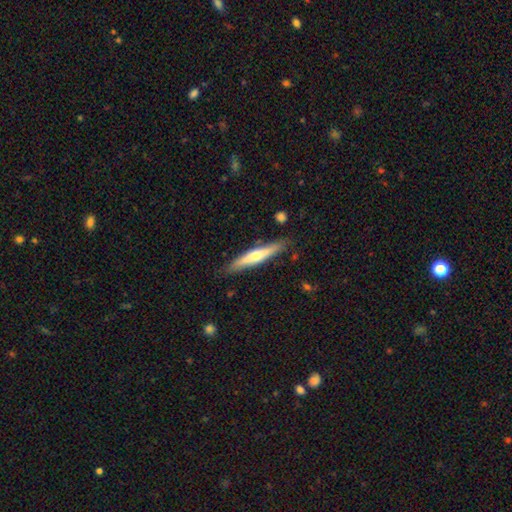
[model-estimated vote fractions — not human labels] The model was most divided on "smooth or featured": featured or disk: 52%, smooth: 42%, star or artifact: 6%. More confident: edge-on disk — yes (92%); merging — none (85%).